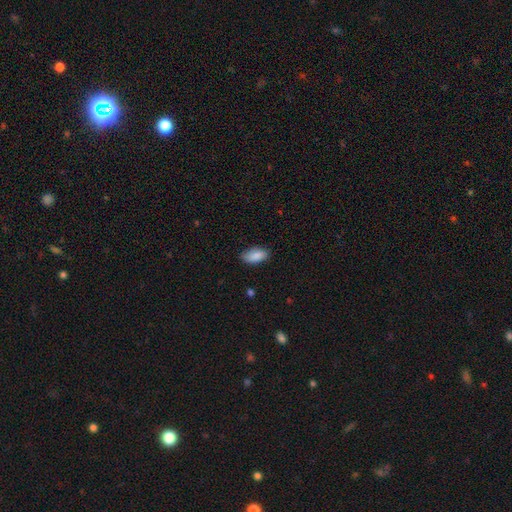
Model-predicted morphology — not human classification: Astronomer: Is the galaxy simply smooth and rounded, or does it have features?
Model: smooth — 87%.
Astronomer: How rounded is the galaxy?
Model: in between — 92%.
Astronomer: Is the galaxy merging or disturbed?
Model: none — 80%.